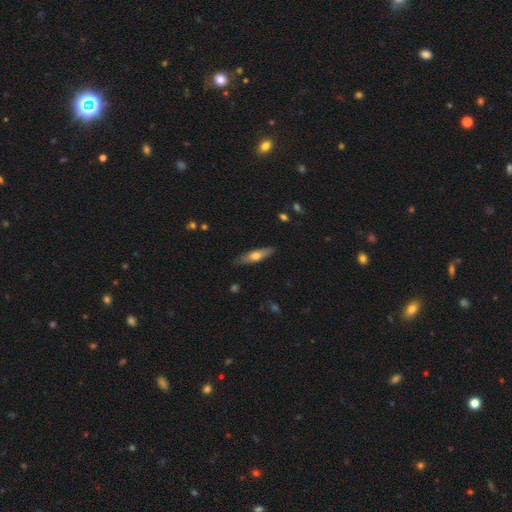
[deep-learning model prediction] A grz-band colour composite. It shows a smooth galaxy with no disk features (58%) that is cigar-shaped (66%). Merging: none (81%).